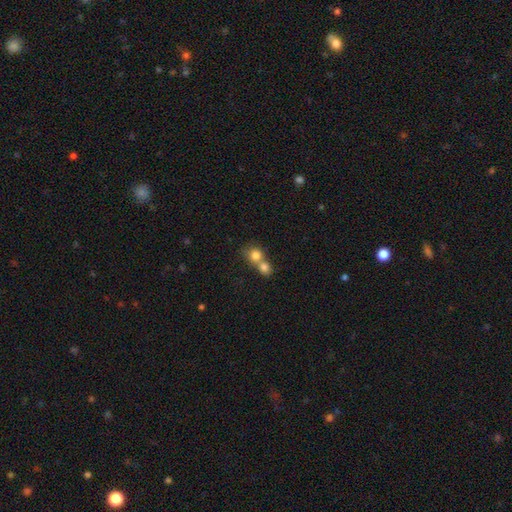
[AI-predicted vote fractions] Smooth or featured?
  - smooth: 79% *
  - featured or disk: 11%
  - star or artifact: 10%
How rounded?
  - round: 81% *
  - in between: 18%
  - cigar-shaped: 1%
Merging?
  - merger: 62% *
  - none: 30%
  - minor disturbance: 5%
  - major disturbance: 3%